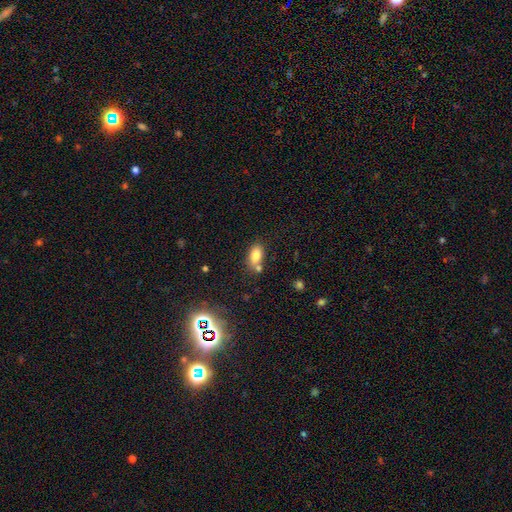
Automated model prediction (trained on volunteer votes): A smooth galaxy with no disk features (80%) that is in between round and cigar-shaped (88%).

Vote fractions:
- Smooth or featured? smooth: 80% / star or artifact: 10% / featured or disk: 10%
- How rounded? in between: 88% / round: 9% / cigar-shaped: 4%
- Merging? none: 58% / merger: 23% / minor disturbance: 15% / major disturbance: 4%